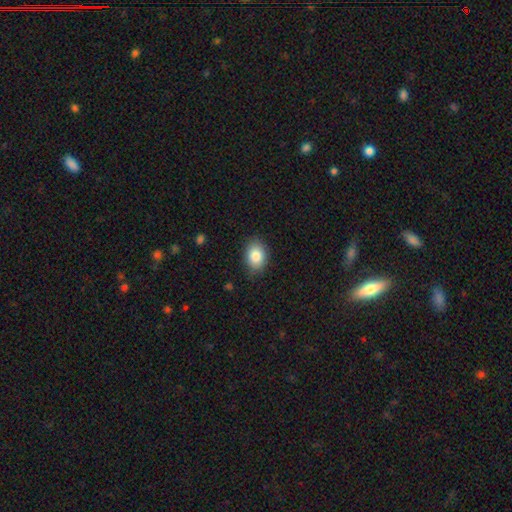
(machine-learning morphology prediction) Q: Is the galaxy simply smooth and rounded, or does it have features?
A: smooth — 84%.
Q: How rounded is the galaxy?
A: in between — 75%.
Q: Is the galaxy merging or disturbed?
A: none — 85%.